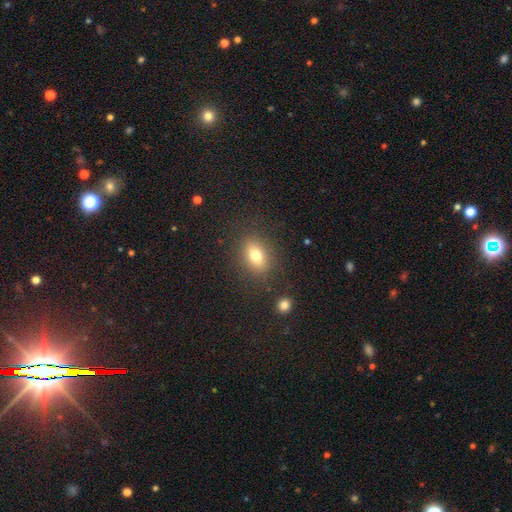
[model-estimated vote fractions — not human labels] Smooth or featured? smooth (77%)
How rounded? in between (74%)
Merging? none (84%)